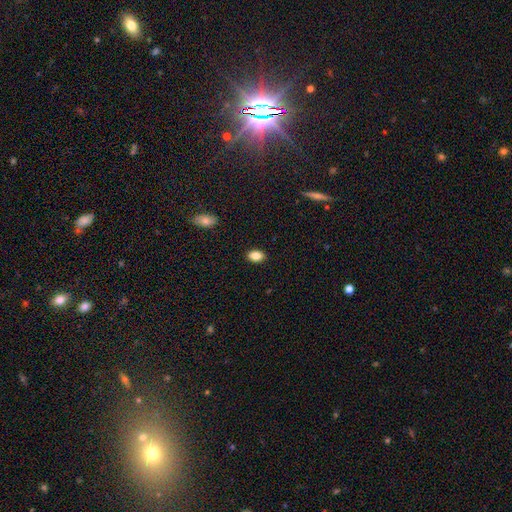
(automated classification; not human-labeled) smooth 86%, star or artifact 8%, featured or disk 6%. Down the decision tree: how rounded — in between (84%); merging — none (89%).